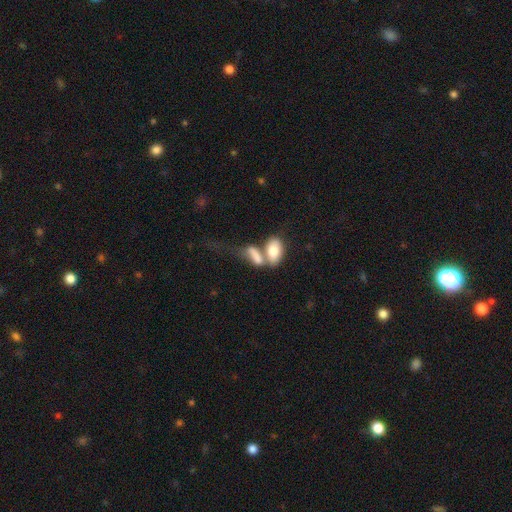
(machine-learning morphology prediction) type=smooth (76%); roundness=in between (88%); merging=merger (63%).